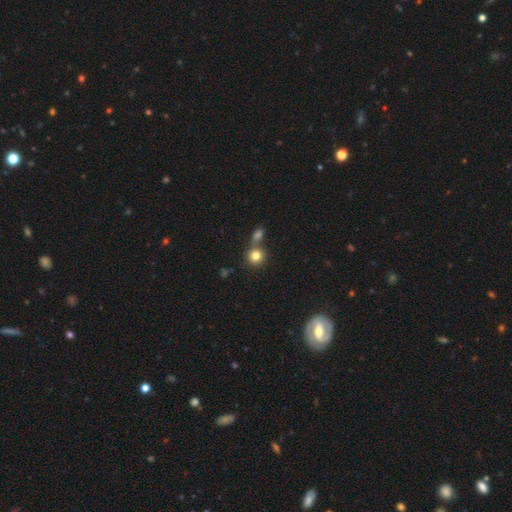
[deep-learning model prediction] smooth-or-featured: smooth: 80% | star or artifact: 11% | featured or disk: 8%
  how-rounded: round: 88% | in between: 11% | cigar-shaped: 1%
  merging: none: 57% | merger: 31% | minor disturbance: 8% | major disturbance: 3%